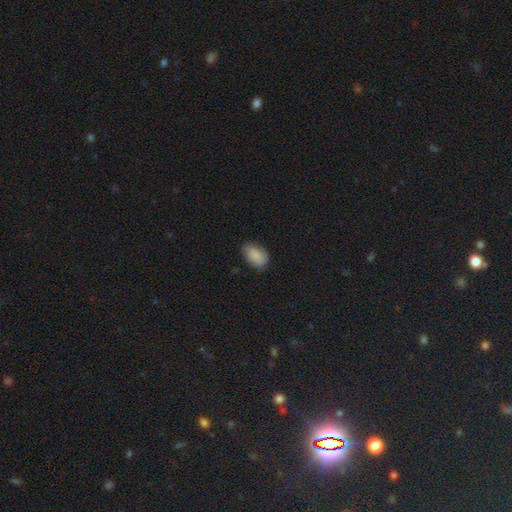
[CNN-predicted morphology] A smooth galaxy with no disk features (86%) that is in between round and cigar-shaped (89%). Merging: none (64%).